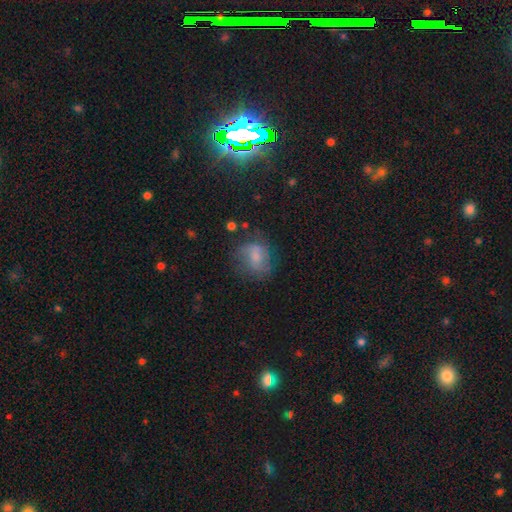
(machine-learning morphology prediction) type=smooth (63%); roundness=round (51%); merging=none (52%).